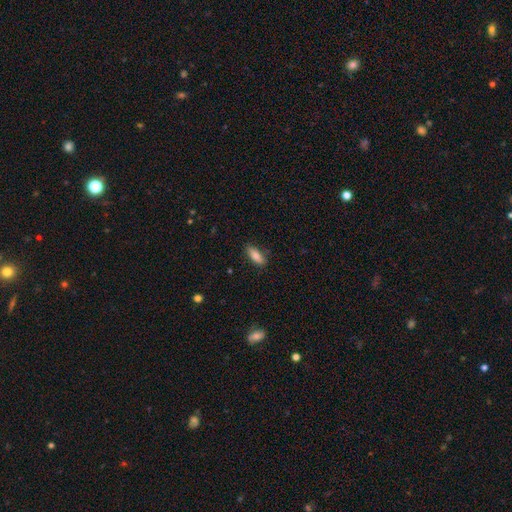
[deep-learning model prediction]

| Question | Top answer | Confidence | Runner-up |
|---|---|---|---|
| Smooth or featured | smooth | 79% | featured or disk (14%) |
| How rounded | in between | 72% | cigar-shaped (25%) |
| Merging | none | 84% | minor disturbance (12%) |